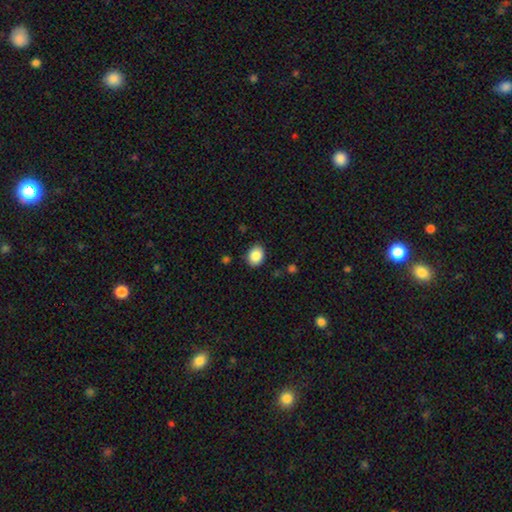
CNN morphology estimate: Smooth or featured: smooth — 87% (star or artifact — 8%)
How rounded: in between — 60% (round — 39%)
Merging: none — 85% (minor disturbance — 11%)